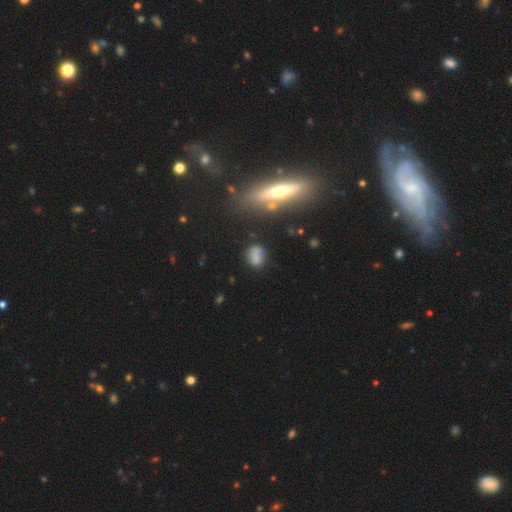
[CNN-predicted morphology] Smooth or featured? smooth (69%)
How rounded? in between (64%)
Merging? none (67%)